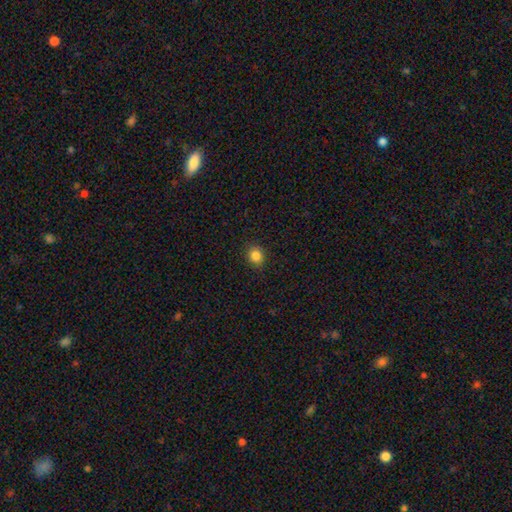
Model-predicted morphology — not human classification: This is clearly a smooth galaxy (85%). How rounded: likely round (74%). Merging: clearly none (89%).